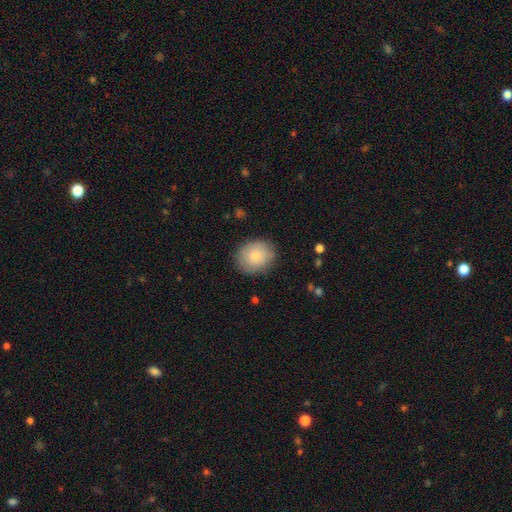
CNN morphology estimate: Smooth or featured? smooth (81%)
How rounded? round (70%)
Merging? none (83%)